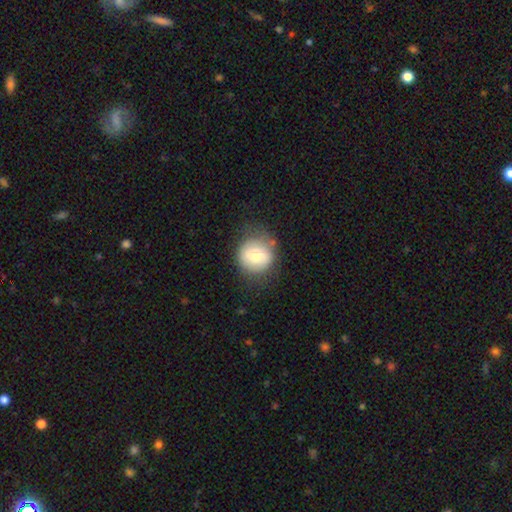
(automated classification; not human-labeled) smooth 69%, featured or disk 23%, star or artifact 8%. Down the decision tree: how rounded — round (90%); merging — none (73%).